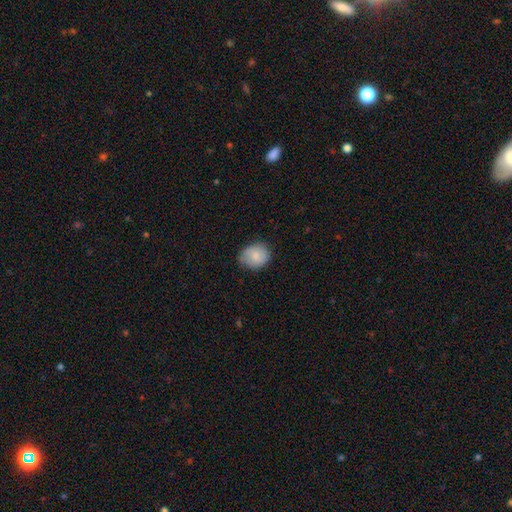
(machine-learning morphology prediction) type=smooth (80%); roundness=round (60%); merging=none (72%).